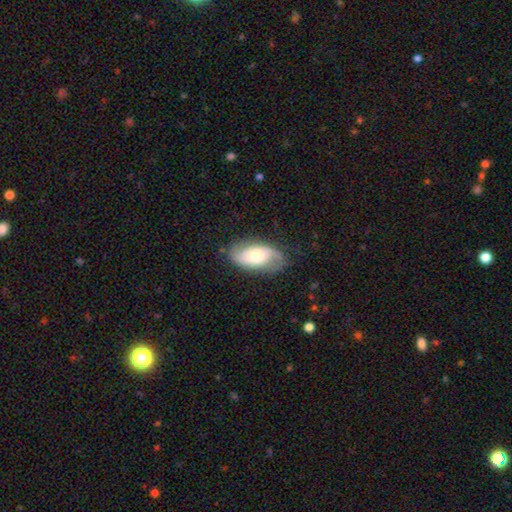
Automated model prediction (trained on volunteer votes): Smooth or featured? featured or disk (56%)
Edge-on disk? no (92%)
Bar? no (64%)
Spiral arms? yes (83%)
Bulge size? moderate (54%)
Merging? none (70%)